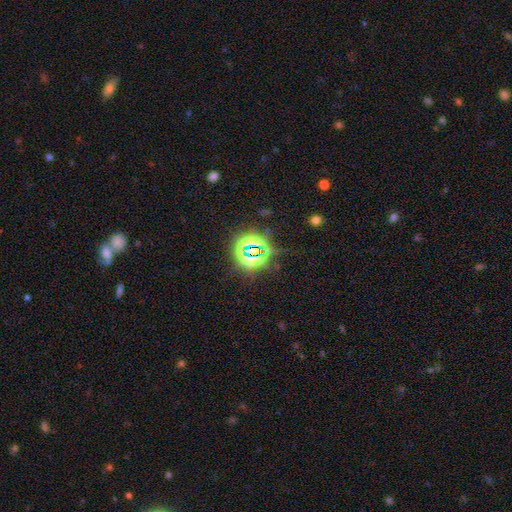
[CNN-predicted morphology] Smooth or featured: star or artifact — 78% (smooth — 14%)